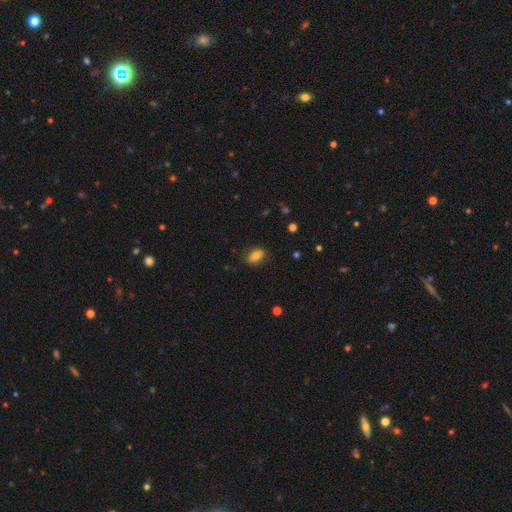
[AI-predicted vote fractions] A smooth galaxy with no disk features (78%) that is in between round and cigar-shaped (88%). Merging: none (83%).